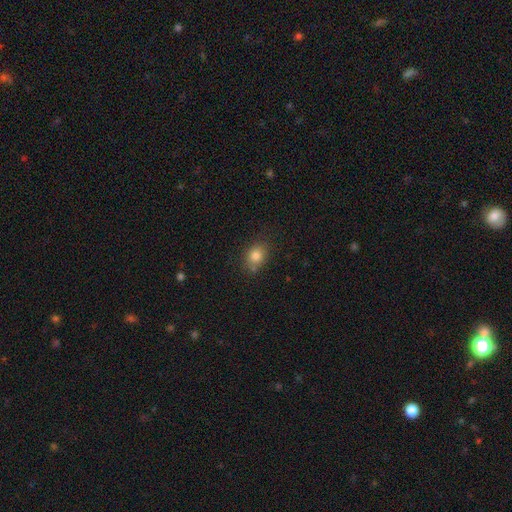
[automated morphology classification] The model was most divided on "how rounded": in between: 50%, round: 48%, cigar-shaped: 1%. More confident: smooth or featured — smooth (81%); merging — none (76%).